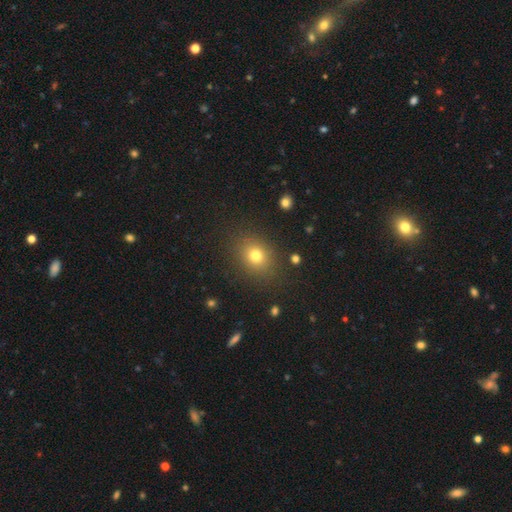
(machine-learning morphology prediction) The model was most divided on "how rounded": round: 57%, in between: 42%, cigar-shaped: 1%. More confident: merging — none (85%); smooth or featured — smooth (77%).